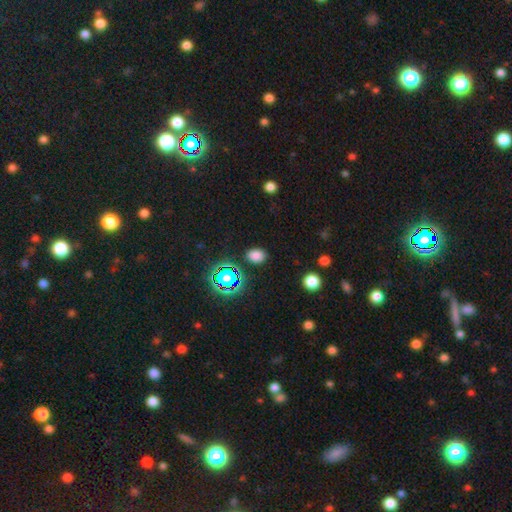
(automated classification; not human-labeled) The model was most divided on "how rounded": in between: 64%, round: 35%, cigar-shaped: 1%. More confident: merging — none (85%); smooth or featured — smooth (75%).